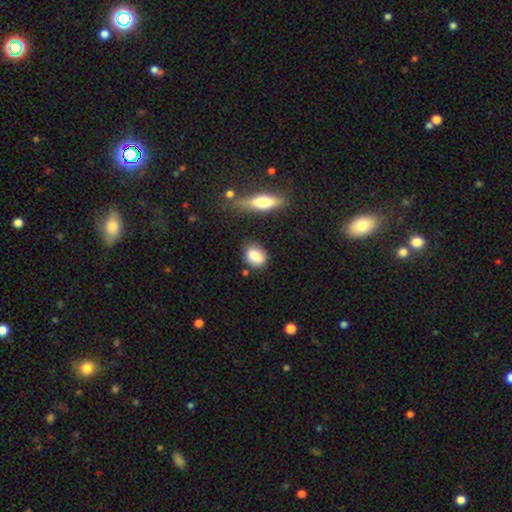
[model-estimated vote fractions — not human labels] Smooth or featured?
  - smooth: 84% *
  - featured or disk: 8%
  - star or artifact: 8%
How rounded?
  - in between: 65% *
  - round: 32%
  - cigar-shaped: 3%
Merging?
  - none: 70% *
  - minor disturbance: 19%
  - merger: 6%
  - major disturbance: 5%